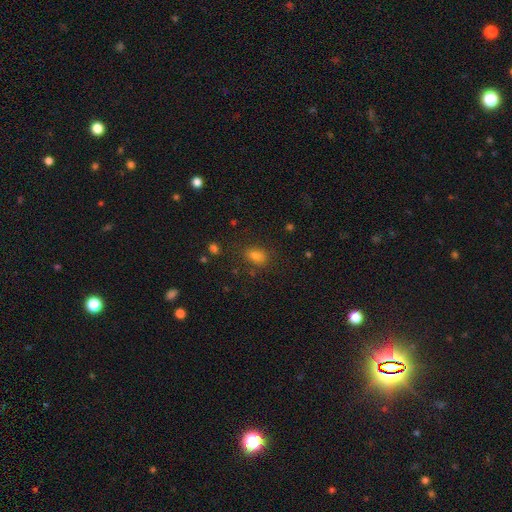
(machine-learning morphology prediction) This is likely a smooth galaxy (74%). How rounded: likely in between (74%). Merging: likely none (78%).